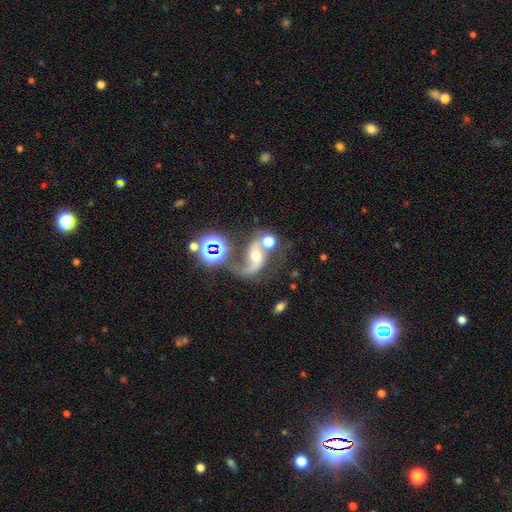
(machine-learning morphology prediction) Smooth or featured? featured or disk (74%)
Edge-on disk? no (96%)
Bar? no (48%)
Spiral arms? yes (91%)
Spiral winding? loose (75%)
Spiral arm count? 2 (81%)
Bulge size? moderate (61%)
Merging? none (41%)